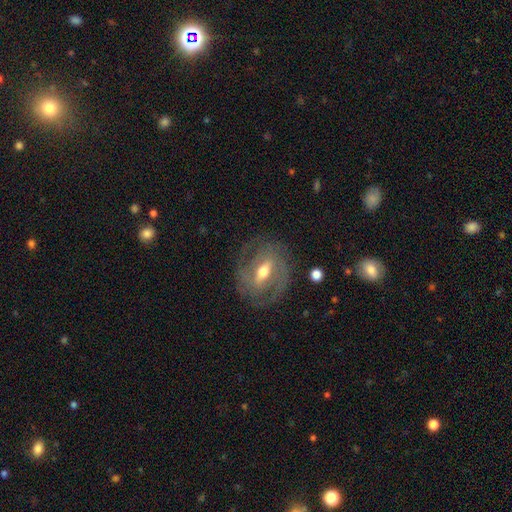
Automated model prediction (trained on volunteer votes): The model was most divided on "bar": weak: 43%, strong: 37%, no: 20%. More confident: edge-on disk — no (94%); spiral arms — yes (81%); merging — none (79%); smooth or featured — featured or disk (73%); bulge size — moderate (64%); spiral arm count — 2 (56%); spiral winding — tight (52%).